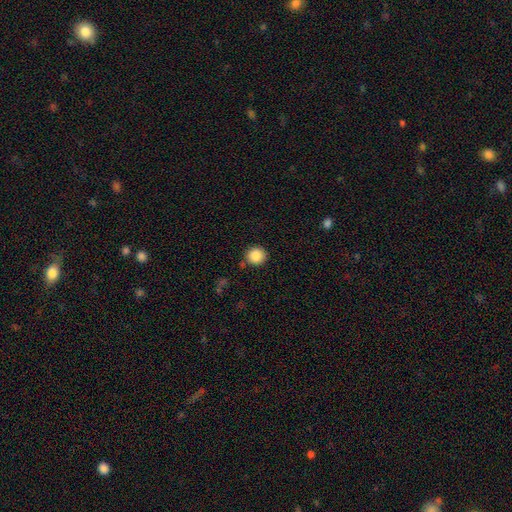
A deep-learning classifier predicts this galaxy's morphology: smooth_or_featured: smooth (p=0.87) [alt: star or artifact p=0.09]
how_rounded: round (p=0.90) [alt: in between p=0.09]
merging: none (p=0.87) [alt: minor disturbance p=0.07]